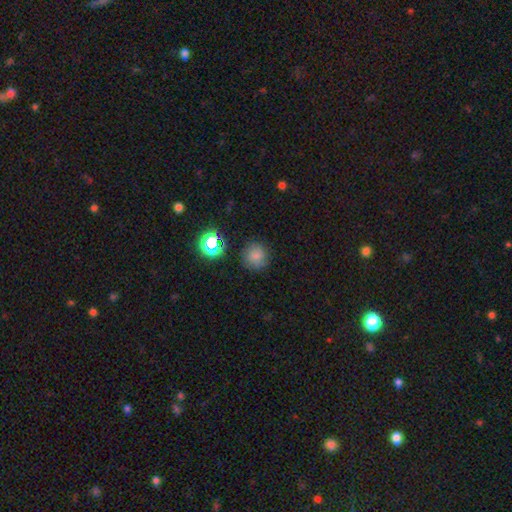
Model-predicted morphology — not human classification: Smooth or featured?
  - smooth: 75% *
  - star or artifact: 17%
  - featured or disk: 8%
How rounded?
  - round: 93% *
  - in between: 6%
  - cigar-shaped: 1%
Merging?
  - none: 85% *
  - minor disturbance: 10%
  - major disturbance: 3%
  - merger: 2%